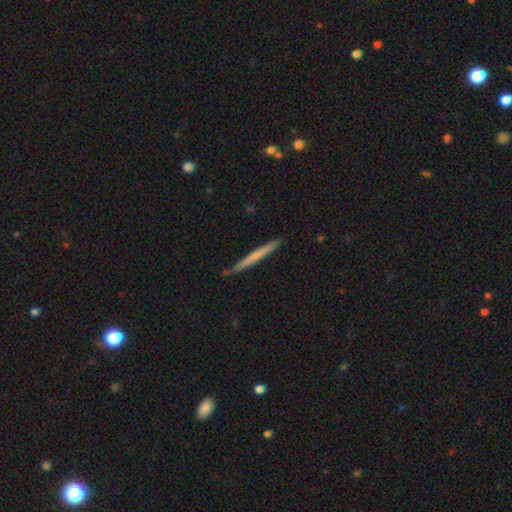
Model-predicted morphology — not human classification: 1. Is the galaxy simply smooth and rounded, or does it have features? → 58% smooth, 37% featured or disk, 5% star or artifact.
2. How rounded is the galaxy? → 97% cigar-shaped, 2% in between, 1% round.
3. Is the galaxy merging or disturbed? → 89% none, 9% minor disturbance, 1% merger, 1% major disturbance.